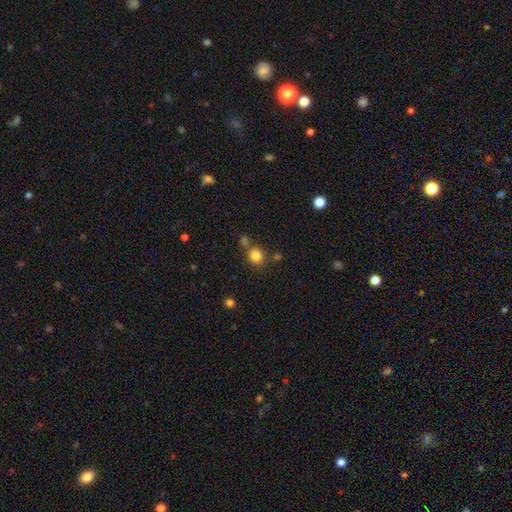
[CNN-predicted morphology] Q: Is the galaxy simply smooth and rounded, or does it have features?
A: smooth — 82%.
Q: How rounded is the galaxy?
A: round — 83%.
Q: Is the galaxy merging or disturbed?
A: none — 70%.